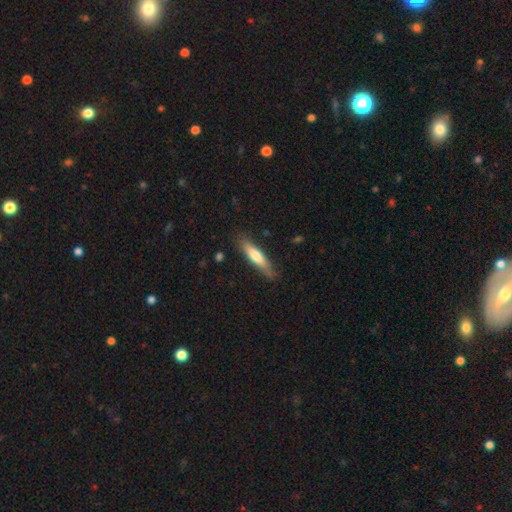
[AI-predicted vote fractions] A smooth galaxy with no disk features (65%) that is cigar-shaped (76%).

Vote fractions:
- Smooth or featured? smooth: 65% / featured or disk: 29% / star or artifact: 5%
- How rounded? cigar-shaped: 76% / in between: 22% / round: 1%
- Merging? none: 80% / minor disturbance: 15% / major disturbance: 3% / merger: 2%